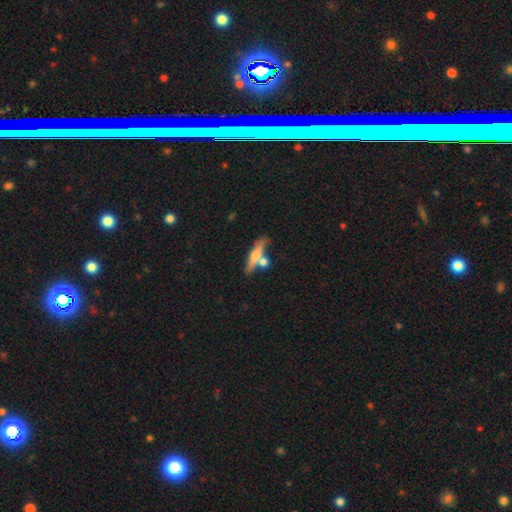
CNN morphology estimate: smooth-or-featured: smooth: 48% | featured or disk: 45% | star or artifact: 7%
  merging: none: 56% | merger: 25% | minor disturbance: 14% | major disturbance: 5%